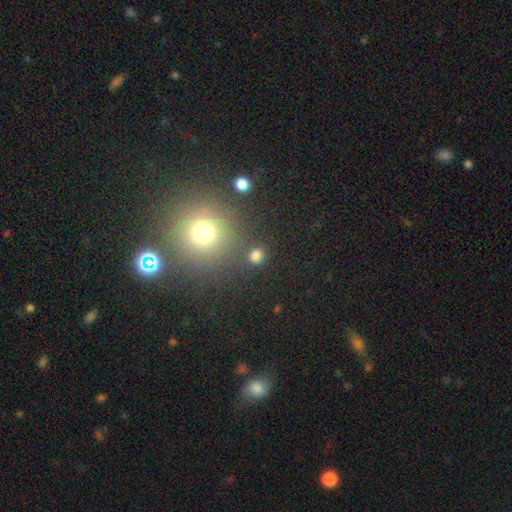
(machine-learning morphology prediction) smooth_or_featured: smooth (p=0.79) [alt: star or artifact p=0.17]
how_rounded: round (p=0.89) [alt: in between p=0.10]
merging: none (p=0.85) [alt: merger p=0.06]